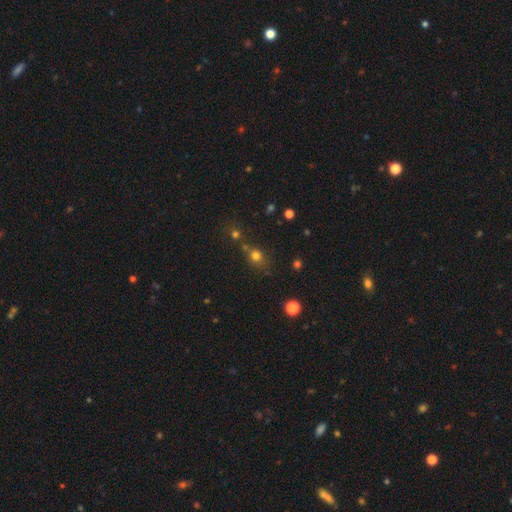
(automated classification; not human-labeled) A smooth galaxy with no disk features (73%) that is round (75%). Merging: none (59%).